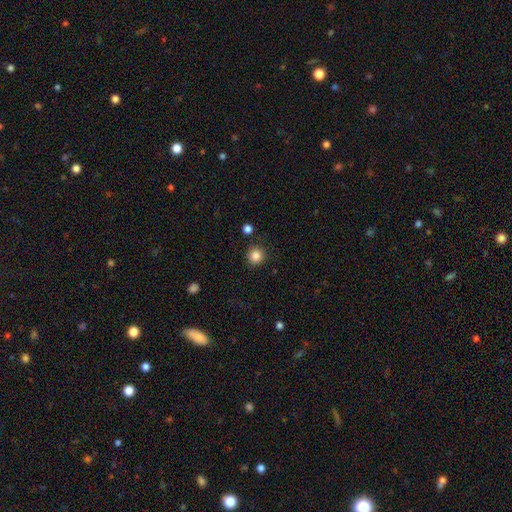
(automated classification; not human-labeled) smooth_or_featured: smooth (p=0.84) [alt: star or artifact p=0.11]
how_rounded: round (p=0.93) [alt: in between p=0.06]
merging: none (p=0.89) [alt: minor disturbance p=0.07]